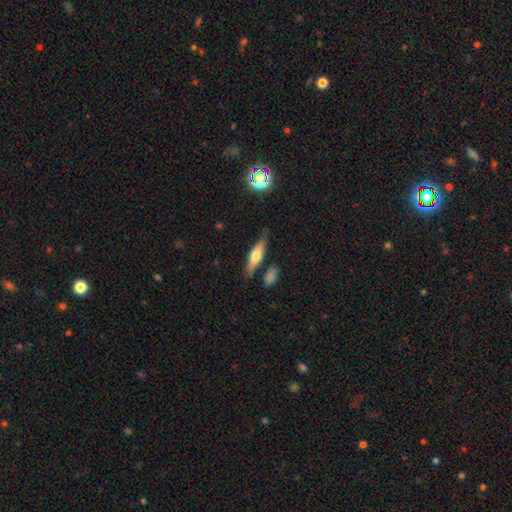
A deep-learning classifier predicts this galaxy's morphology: smooth 50%, featured or disk 43%, star or artifact 7%. Down the decision tree: how rounded — cigar-shaped (64%); merging — none (74%).